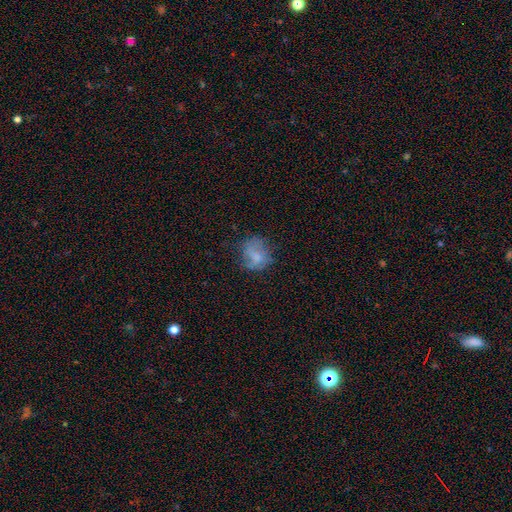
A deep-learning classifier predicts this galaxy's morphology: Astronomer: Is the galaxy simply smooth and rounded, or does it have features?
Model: smooth — 63%.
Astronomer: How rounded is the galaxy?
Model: round — 66%.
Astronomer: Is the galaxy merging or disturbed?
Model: none — 55%.